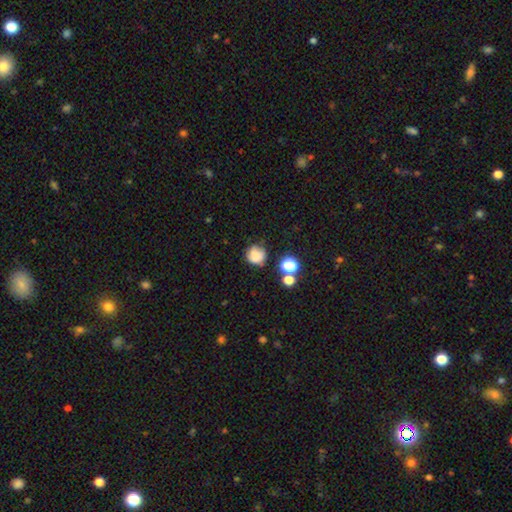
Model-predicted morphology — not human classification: smooth 72%, featured or disk 15%, star or artifact 14%. Down the decision tree: how rounded — round (86%); merging — none (60%).